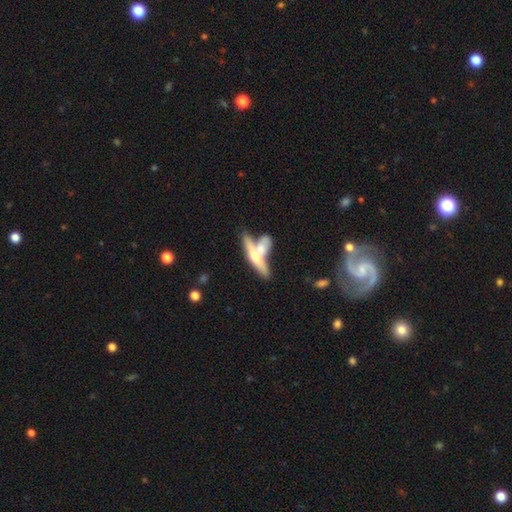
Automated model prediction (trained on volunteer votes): Smooth or featured? featured or disk (53%)
Edge-on disk? yes (83%)
Merging? merger (50%)